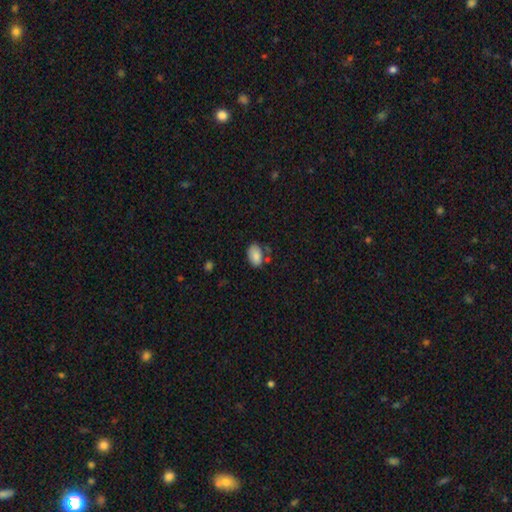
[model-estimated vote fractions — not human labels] Smooth or featured?
  - smooth: 84% *
  - star or artifact: 8%
  - featured or disk: 8%
How rounded?
  - in between: 90% *
  - round: 9%
  - cigar-shaped: 1%
Merging?
  - none: 63% *
  - minor disturbance: 22%
  - merger: 9%
  - major disturbance: 5%